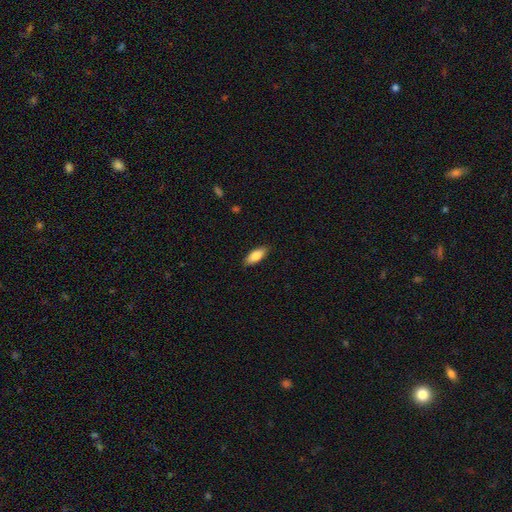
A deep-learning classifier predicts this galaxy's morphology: smooth 82%, featured or disk 12%, star or artifact 6%. Down the decision tree: how rounded — in between (78%); merging — none (87%).